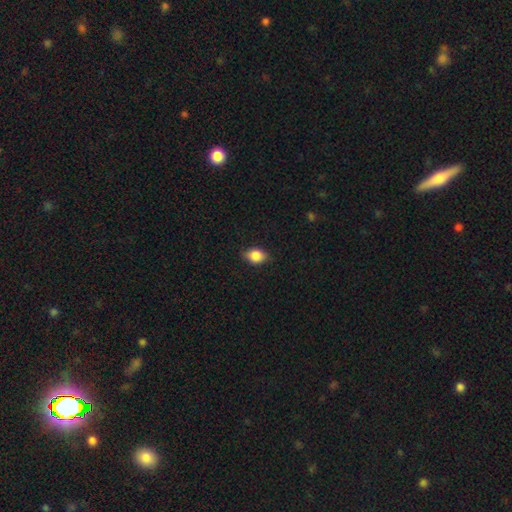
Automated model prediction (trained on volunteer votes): A smooth galaxy with no disk features (84%) that is in between round and cigar-shaped (67%). Merging: none (80%).